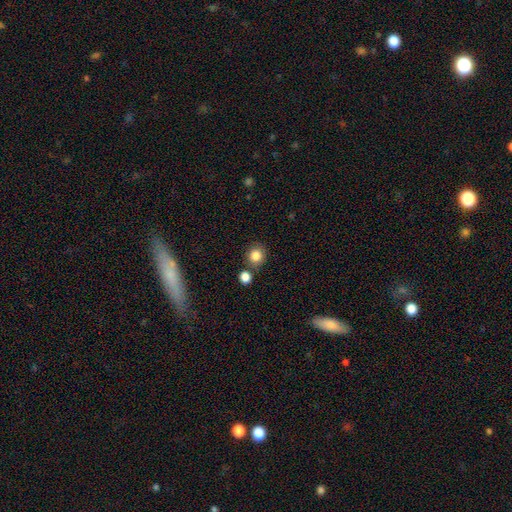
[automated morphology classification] type=smooth (85%); roundness=round (87%); merging=none (77%).